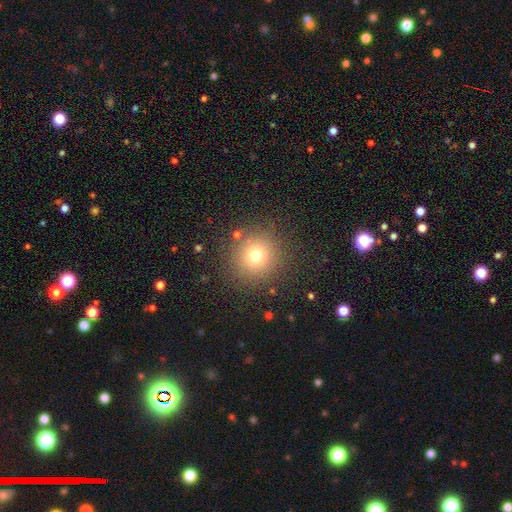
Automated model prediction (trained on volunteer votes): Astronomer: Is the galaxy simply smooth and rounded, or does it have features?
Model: smooth — 71%.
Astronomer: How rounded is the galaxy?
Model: round — 94%.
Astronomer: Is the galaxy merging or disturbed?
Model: none — 86%.